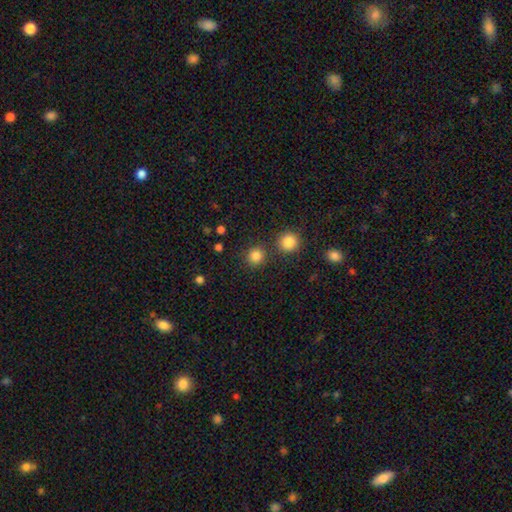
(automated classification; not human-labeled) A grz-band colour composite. It shows a smooth galaxy with no disk features (83%) that is round (91%). Merging: none (82%).